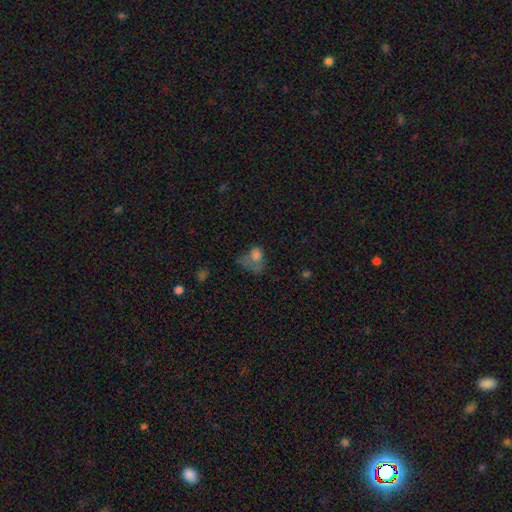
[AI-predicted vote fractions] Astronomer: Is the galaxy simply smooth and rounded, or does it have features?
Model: smooth — 64%.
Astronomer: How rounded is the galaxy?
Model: in between — 63%.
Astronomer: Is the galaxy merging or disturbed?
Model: major disturbance — 46% (runner-up: none, 22%).